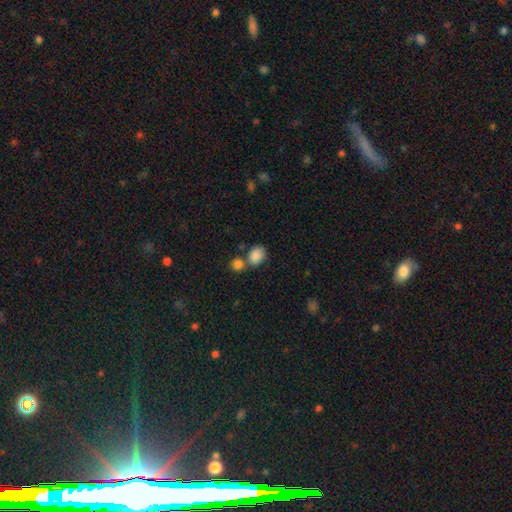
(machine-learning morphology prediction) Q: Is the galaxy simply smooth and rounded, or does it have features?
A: smooth — 87%.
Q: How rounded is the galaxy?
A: in between — 61%.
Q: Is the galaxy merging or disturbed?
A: none — 49%.